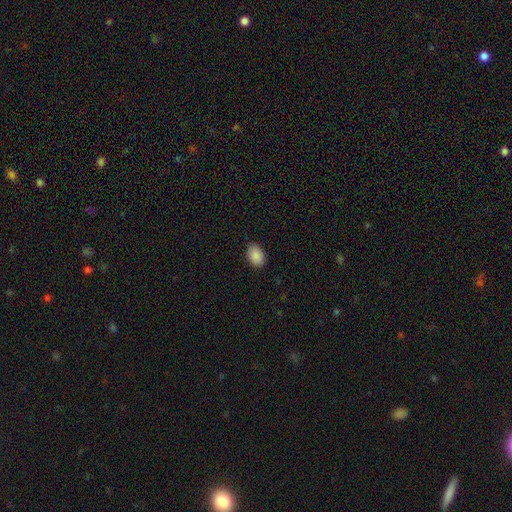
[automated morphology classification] Smooth or featured?
  - smooth: 89% *
  - star or artifact: 7%
  - featured or disk: 3%
How rounded?
  - in between: 82% *
  - round: 17%
  - cigar-shaped: 1%
Merging?
  - none: 86% *
  - minor disturbance: 11%
  - major disturbance: 2%
  - merger: 1%